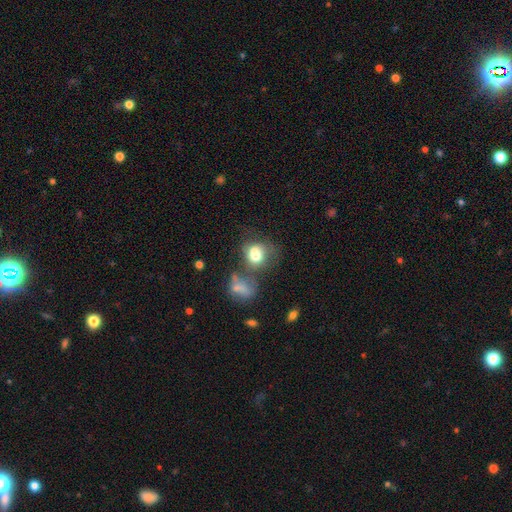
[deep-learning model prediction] Overall: smooth (71%). How rounded: round (54%; in between 45%). Merging: merger (37%; none 29%).